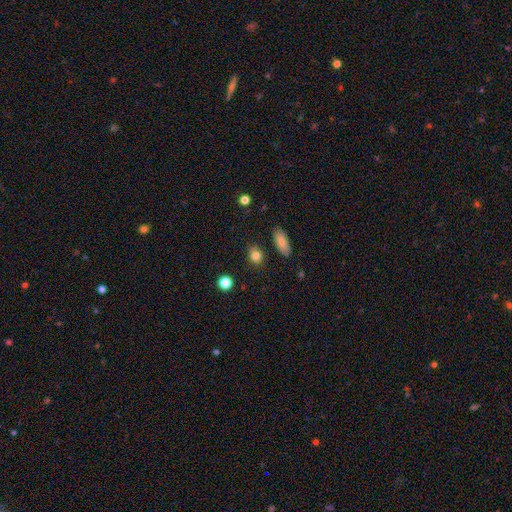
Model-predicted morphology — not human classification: smooth 84%, star or artifact 10%, featured or disk 6%. Down the decision tree: how rounded — round (51%); merging — none (84%).